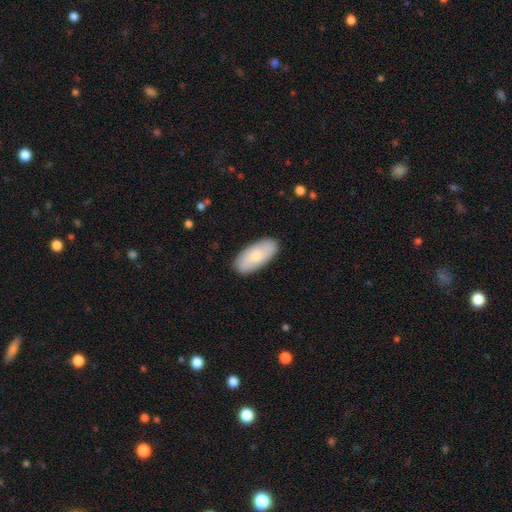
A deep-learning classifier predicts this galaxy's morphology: Q: Smooth or featured?
A: smooth (71%); runner-up: featured or disk (23%)
Q: How rounded?
A: in between (90%); runner-up: cigar-shaped (8%)
Q: Merging?
A: none (87%); runner-up: minor disturbance (10%)